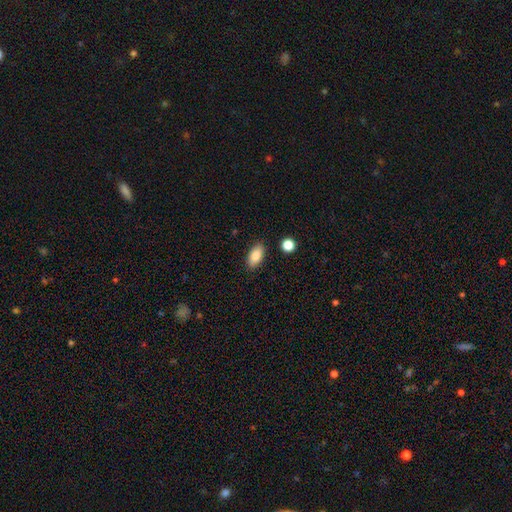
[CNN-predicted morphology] This appears to be a smooth galaxy with no disk features (87%) that is in between round and cigar-shaped (91%). Merging: none (87%).